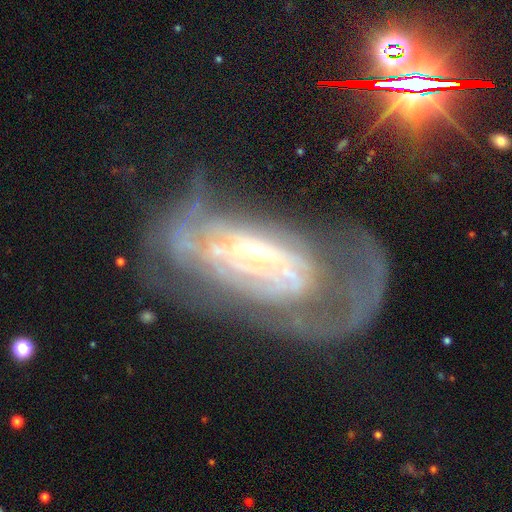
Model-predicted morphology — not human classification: Smooth or featured?
  - featured or disk: 80% *
  - smooth: 11%
  - star or artifact: 9%
Edge-on disk?
  - no: 92% *
  - yes: 8%
Bar?
  - no: 61% *
  - weak: 27%
  - strong: 12%
Spiral arms?
  - yes: 77% *
  - no: 23%
Spiral winding?
  - tight: 50% *
  - medium: 32%
  - loose: 18%
Spiral arm count?
  - can't tell: 52% *
  - 2: 21%
  - 1: 9%
  - 3: 8%
  - 4: 5%
  - more than 4: 4%
Bulge size?
  - small: 71% *
  - moderate: 24%
  - large: 2%
  - none: 2%
  - dominant: 1%
Merging?
  - major disturbance: 49% *
  - none: 29%
  - minor disturbance: 17%
  - merger: 6%